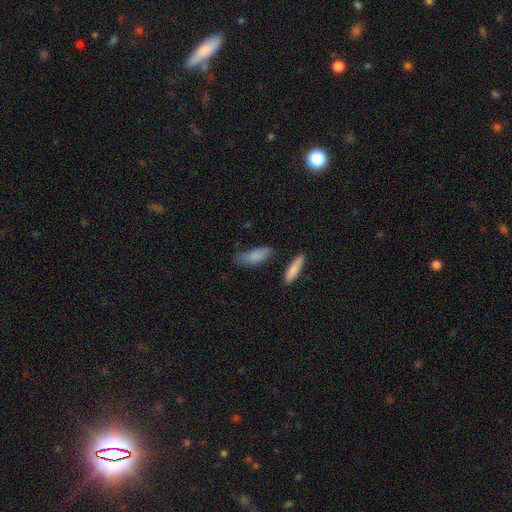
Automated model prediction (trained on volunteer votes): A smooth galaxy with no disk features (84%) that is in between round and cigar-shaped (69%).

Vote fractions:
- Smooth or featured? smooth: 84% / featured or disk: 9% / star or artifact: 6%
- How rounded? in between: 69% / cigar-shaped: 29% / round: 2%
- Merging? none: 65% / minor disturbance: 25% / major disturbance: 6% / merger: 5%